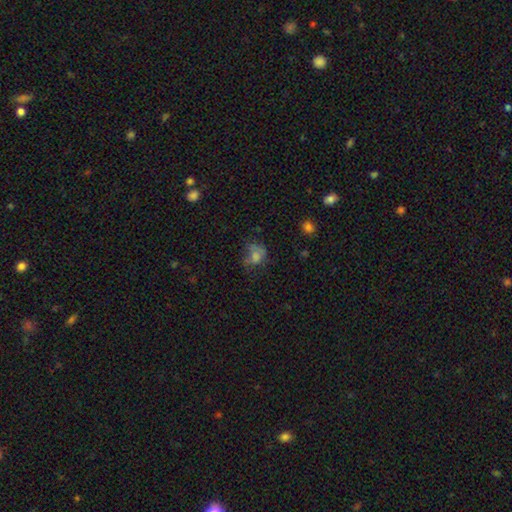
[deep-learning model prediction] smooth 56%, featured or disk 23%, star or artifact 20%. Down the decision tree: how rounded — round (56%); merging — none (41%).